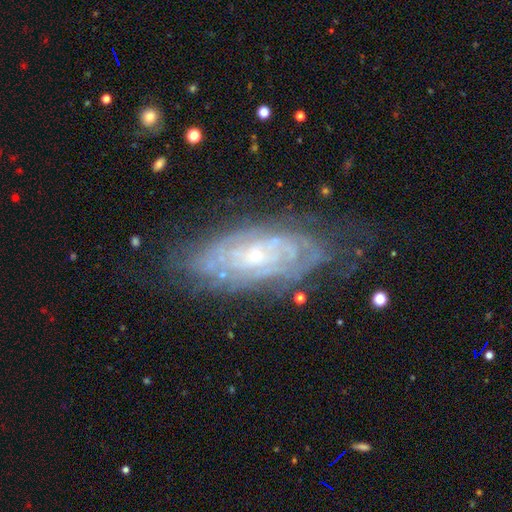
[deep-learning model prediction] Smooth or featured? featured or disk (84%)
Edge-on disk? no (91%)
Bar? no (69%)
Spiral arms? yes (94%)
Spiral winding? tight (78%)
Spiral arm count? can't tell (46%)
Bulge size? small (72%)
Merging? none (69%)